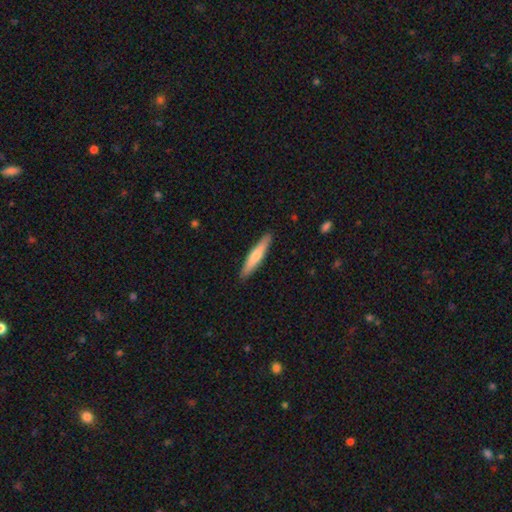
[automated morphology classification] Smooth or featured? Predicted: smooth (p=0.59). How rounded? Predicted: cigar-shaped (p=0.89). Merging? Predicted: none (p=0.90).